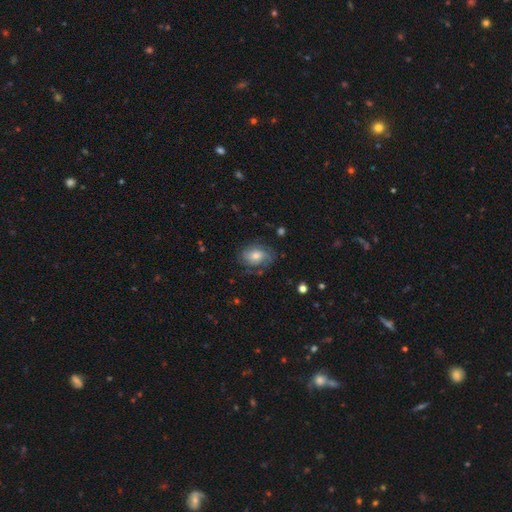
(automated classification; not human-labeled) featured or disk 54%, smooth 37%, star or artifact 9%. Down the decision tree: edge-on disk — no (96%); bar — no (69%); spiral arms — yes (82%); bulge size — moderate (61%); merging — none (70%).